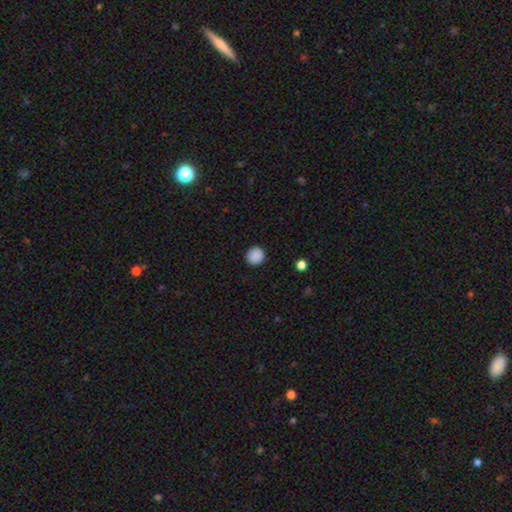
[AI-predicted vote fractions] Smooth or featured? smooth (89%)
How rounded? round (93%)
Merging? none (92%)